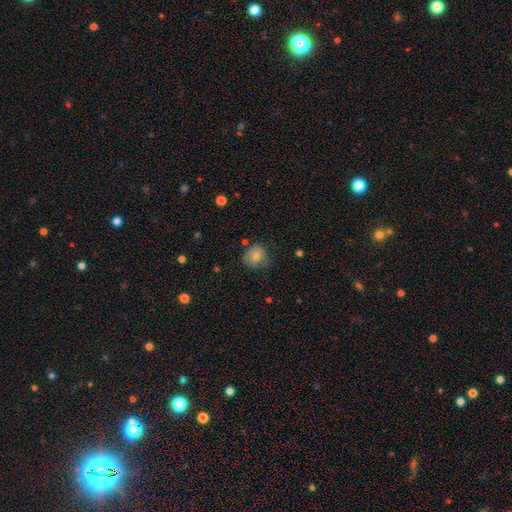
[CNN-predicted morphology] smooth-or-featured: smooth: 80% | featured or disk: 11% | star or artifact: 9%
  how-rounded: round: 75% | in between: 24% | cigar-shaped: 1%
  merging: none: 63% | minor disturbance: 27% | major disturbance: 7% | merger: 2%